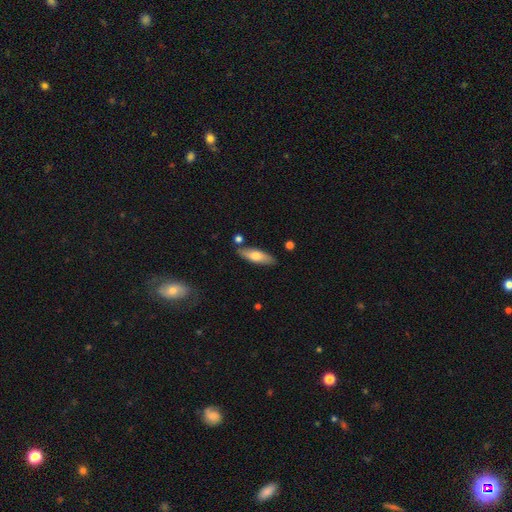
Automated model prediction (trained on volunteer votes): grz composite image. It shows a smooth galaxy with no disk features (64%) that is in between round and cigar-shaped (50%). Merging: none (81%).